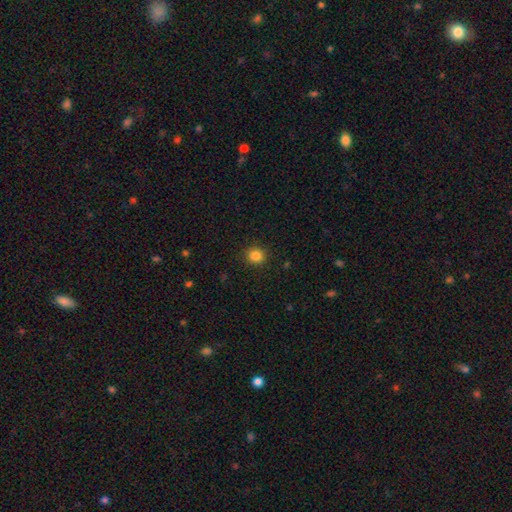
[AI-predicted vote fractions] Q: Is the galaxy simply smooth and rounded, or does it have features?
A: smooth — 85%.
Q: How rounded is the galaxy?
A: round — 86%.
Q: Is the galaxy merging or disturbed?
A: none — 91%.